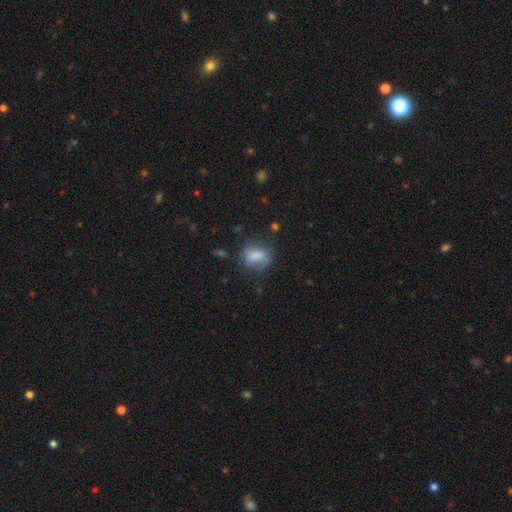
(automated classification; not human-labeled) Smooth or featured: smooth — 76% (featured or disk — 15%)
How rounded: in between — 66% (round — 31%)
Merging: none — 59% (minor disturbance — 25%)